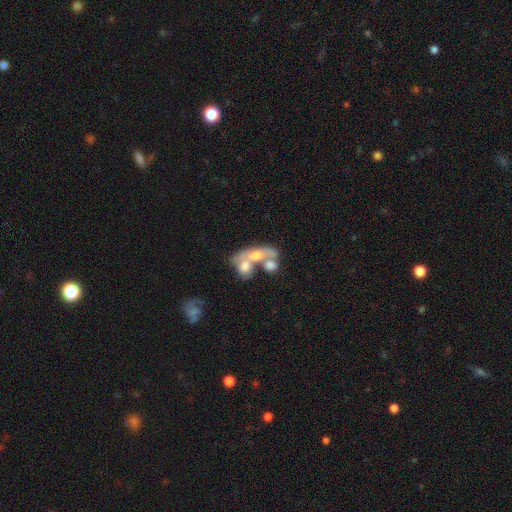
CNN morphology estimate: smooth_or_featured: featured or disk (p=0.51) [alt: smooth p=0.36]
disk_edge_on: no (p=0.89) [alt: yes p=0.11]
merging: merger (p=0.65) [alt: none p=0.15]